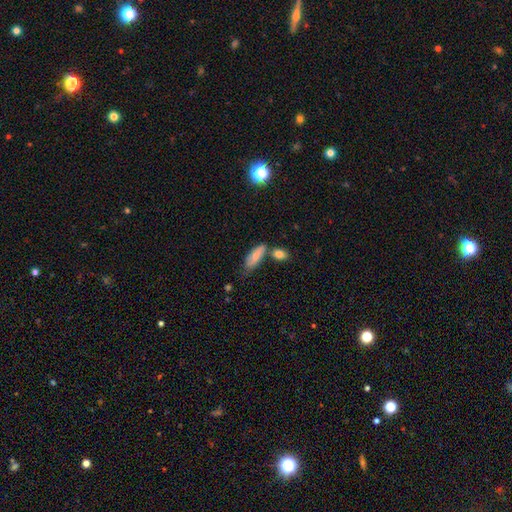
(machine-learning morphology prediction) Smooth or featured: smooth — 78% (featured or disk — 16%)
How rounded: in between — 64% (cigar-shaped — 34%)
Merging: none — 50% (minor disturbance — 23%)